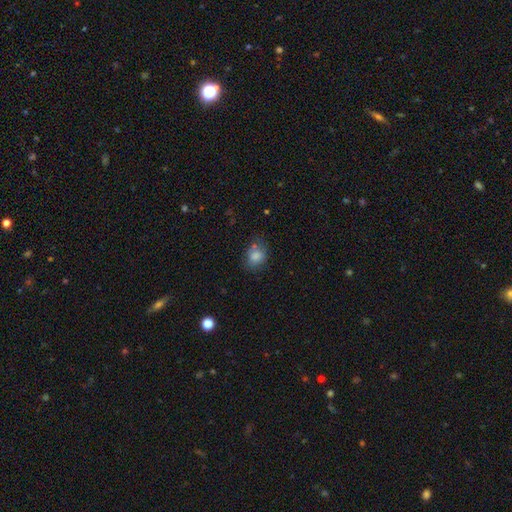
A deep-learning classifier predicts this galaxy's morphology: type=smooth (81%); roundness=in between (50%); merging=none (59%).